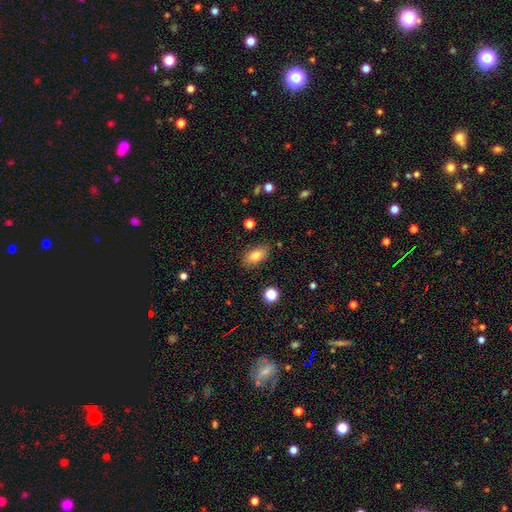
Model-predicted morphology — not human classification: This is clearly a smooth galaxy (80%). How rounded: clearly in between (88%). Merging: clearly none (84%).